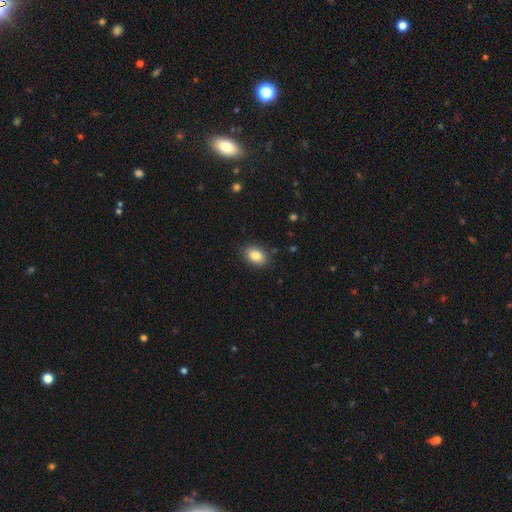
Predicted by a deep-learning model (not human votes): Morphology: type=smooth (84%); roundness=in between (86%); merging=none (85%).